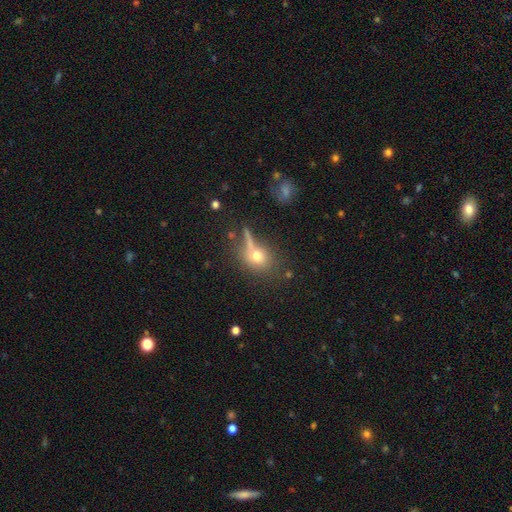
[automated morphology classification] This appears to be a smooth galaxy with no disk features (70%) that is round (67%). Merging: none (55%).